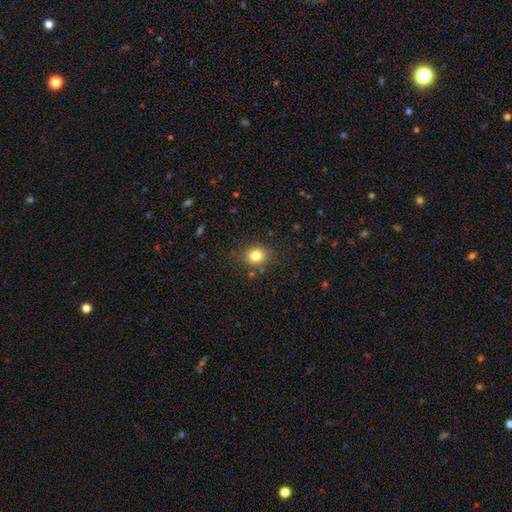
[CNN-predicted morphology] smooth_or_featured: smooth (p=0.80) [alt: star or artifact p=0.13]
how_rounded: round (p=0.74) [alt: in between p=0.25]
merging: none (p=0.84) [alt: minor disturbance p=0.10]